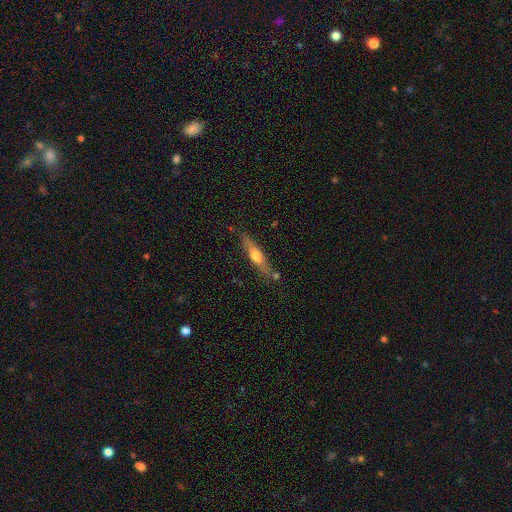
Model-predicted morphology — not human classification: This is possibly a smooth galaxy (49%). Merging: likely none (75%).